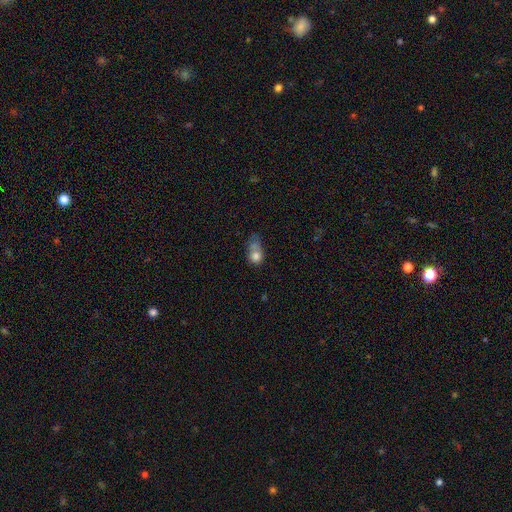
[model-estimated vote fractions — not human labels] This is likely a smooth galaxy (73%). How rounded: possibly in between (51%). Merging: marginally major disturbance (28%).